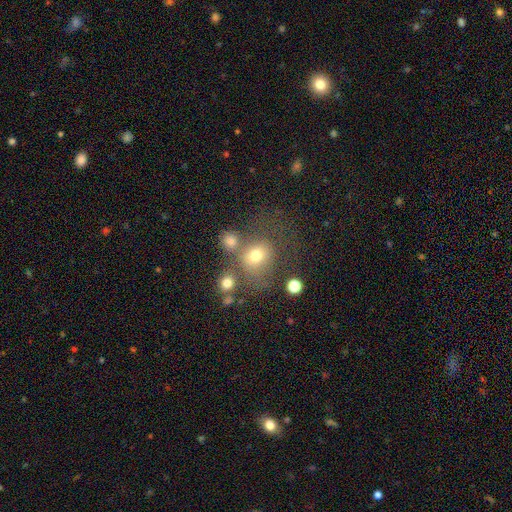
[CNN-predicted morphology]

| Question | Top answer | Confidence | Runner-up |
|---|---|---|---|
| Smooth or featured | smooth | 71% | star or artifact (16%) |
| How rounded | round | 69% | in between (30%) |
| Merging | none | 46% | merger (27%) |